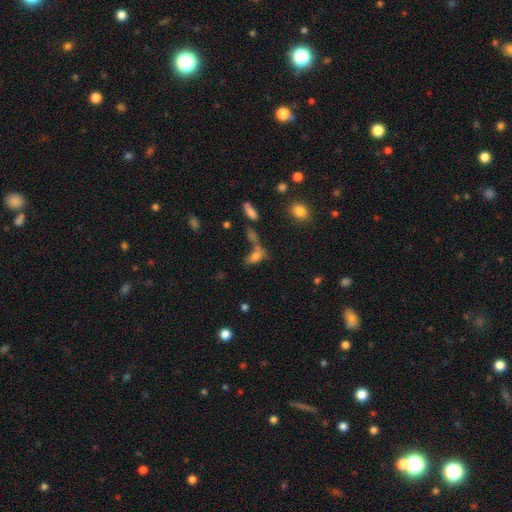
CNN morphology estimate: Smooth or featured: smooth — 70% (featured or disk — 16%)
How rounded: in between — 80% (cigar-shaped — 13%)
Merging: merger — 38% (none — 37%)